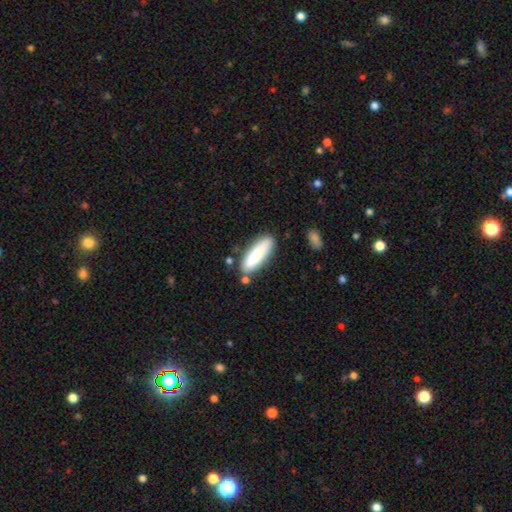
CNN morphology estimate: smooth-or-featured: smooth: 79% | featured or disk: 15% | star or artifact: 6%
  how-rounded: cigar-shaped: 53% | in between: 46% | round: 2%
  merging: none: 73% | minor disturbance: 15% | merger: 7% | major disturbance: 4%